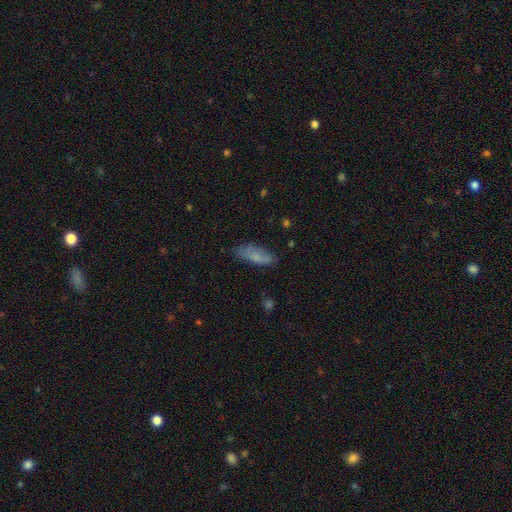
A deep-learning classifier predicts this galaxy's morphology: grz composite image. It shows a smooth galaxy with no disk features (74%) that is in between round and cigar-shaped (66%). Merging: none (72%).